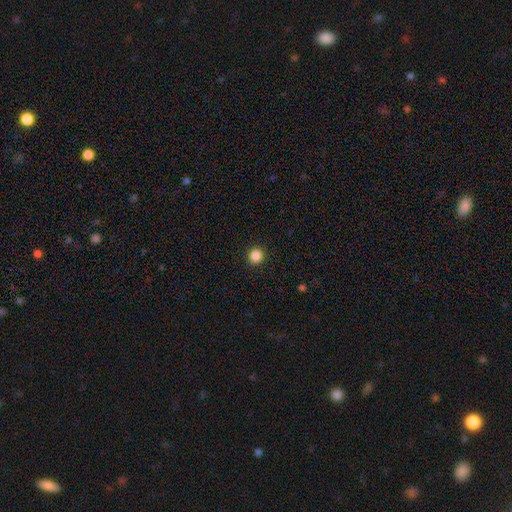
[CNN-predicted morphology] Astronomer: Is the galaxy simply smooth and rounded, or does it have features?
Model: smooth — 86%.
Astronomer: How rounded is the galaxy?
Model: round — 94%.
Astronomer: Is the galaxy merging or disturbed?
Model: none — 93%.